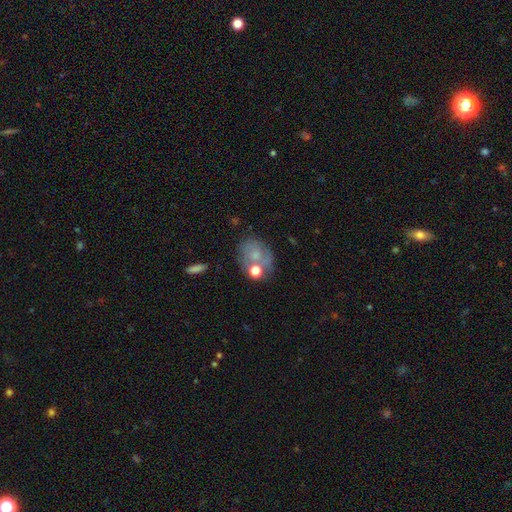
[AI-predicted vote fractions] A smooth galaxy with no disk features (50%) that is round (50%).

Vote fractions:
- Smooth or featured? smooth: 50% / featured or disk: 38% / star or artifact: 12%
- How rounded? round: 50% / in between: 49% / cigar-shaped: 1%
- Merging? none: 50% / merger: 20% / minor disturbance: 20% / major disturbance: 10%